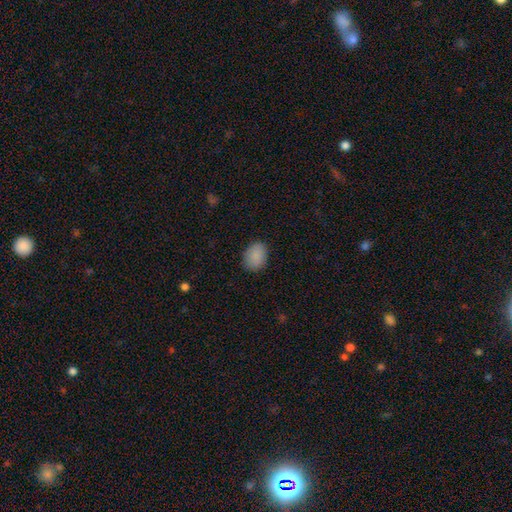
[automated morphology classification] smooth-or-featured: smooth: 89% | star or artifact: 7% | featured or disk: 4%
  how-rounded: in between: 67% | round: 32% | cigar-shaped: 1%
  merging: none: 86% | minor disturbance: 11% | major disturbance: 3% | merger: 1%